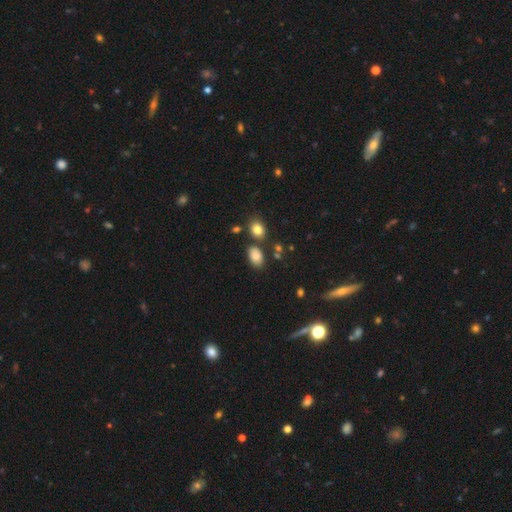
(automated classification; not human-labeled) smooth-or-featured: smooth: 83% | star or artifact: 10% | featured or disk: 7%
  how-rounded: in between: 86% | round: 13% | cigar-shaped: 1%
  merging: none: 72% | minor disturbance: 15% | merger: 9% | major disturbance: 4%